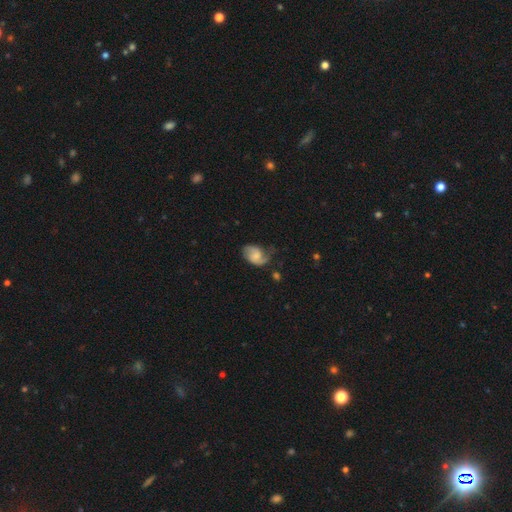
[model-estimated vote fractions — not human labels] Smooth or featured? Predicted: featured or disk (p=0.57). Edge-on disk? Predicted: no (p=0.97). Bar? Predicted: no (p=0.59). Spiral arms? Predicted: yes (p=0.90). Spiral winding? Predicted: medium (p=0.41). Spiral arm count? Predicted: 2 (p=0.71). Bulge size? Predicted: small (p=0.35). Merging? Predicted: none (p=0.47).